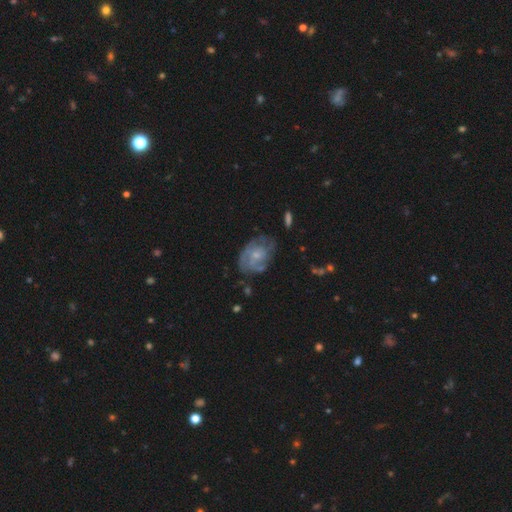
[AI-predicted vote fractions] A featured or disk galaxy (70%) with no bar (76%), tight (52%) spiral arms (78%) and a small central bulge (60%).

Vote fractions:
- Smooth or featured? featured or disk: 70% / smooth: 23% / star or artifact: 7%
- Edge-on disk? no: 97% / yes: 3%
- Bar? no: 76% / weak: 21% / strong: 3%
- Spiral arms? yes: 78% / no: 22%
- Spiral winding? tight: 52% / medium: 35% / loose: 14%
- Spiral arm count? can't tell: 47% / 2: 22% / 3: 15% / 4: 7% / 1: 5% / more than 4: 4%
- Bulge size? small: 60% / moderate: 30% / none: 7% / large: 2% / dominant: 1%
- Merging? none: 59% / minor disturbance: 25% / major disturbance: 13% / merger: 3%